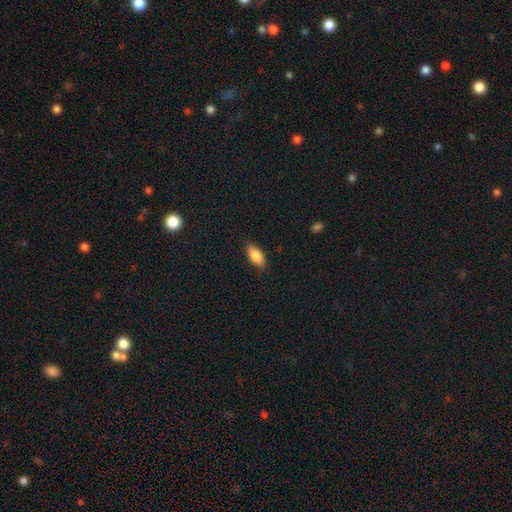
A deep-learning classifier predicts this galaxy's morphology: smooth-or-featured: smooth: 85% | featured or disk: 8% | star or artifact: 7%
  how-rounded: in between: 88% | cigar-shaped: 9% | round: 2%
  merging: none: 86% | minor disturbance: 11% | major disturbance: 2% | merger: 1%